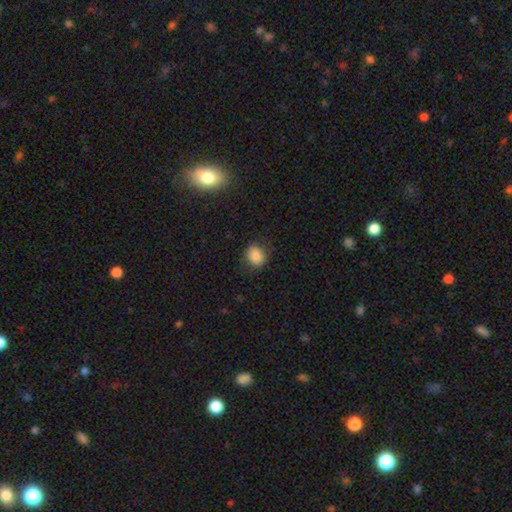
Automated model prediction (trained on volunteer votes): This is clearly a smooth galaxy (86%). How rounded: possibly round (55%). Merging: likely none (80%).